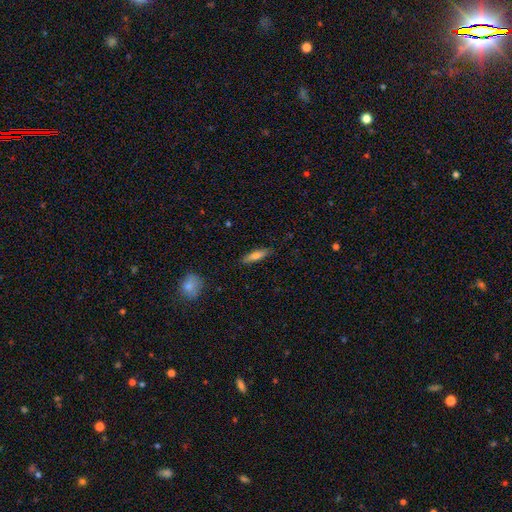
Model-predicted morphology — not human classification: The model was most divided on "how rounded": cigar-shaped: 71%, in between: 27%, round: 2%. More confident: merging — none (86%); smooth or featured — smooth (72%).